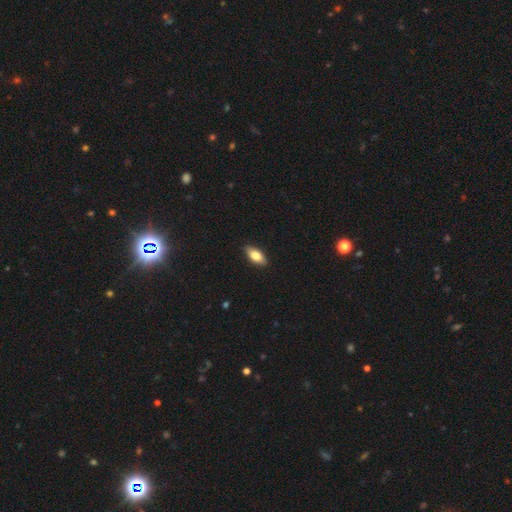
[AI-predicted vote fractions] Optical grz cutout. It shows a smooth galaxy with no disk features (76%) that is in between round and cigar-shaped (86%). Merging: none (89%).